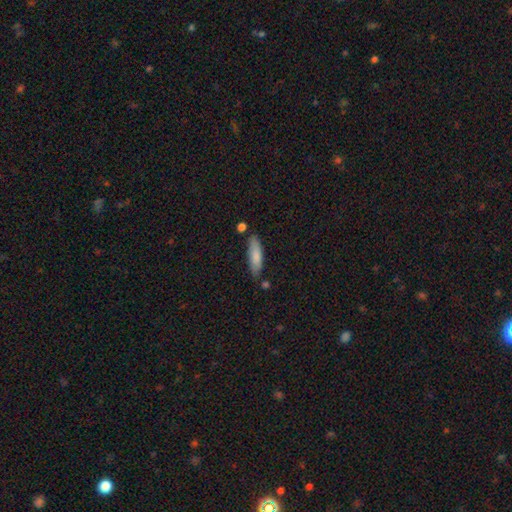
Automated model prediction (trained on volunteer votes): Smooth or featured? smooth (81%)
How rounded? cigar-shaped (61%)
Merging? none (76%)